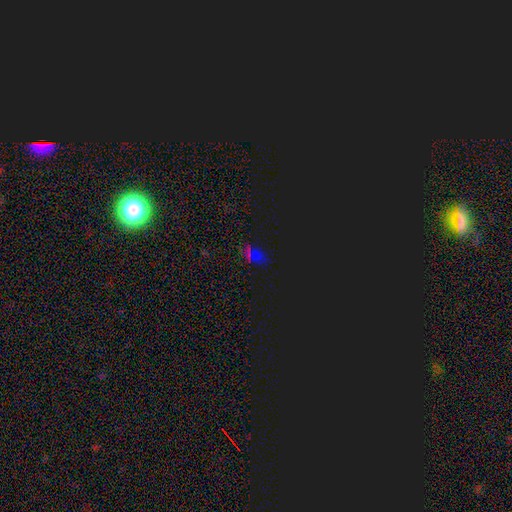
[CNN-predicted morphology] Smooth or featured? star or artifact (64%)